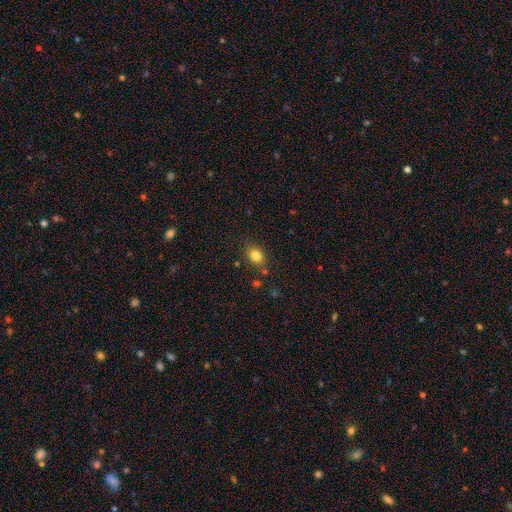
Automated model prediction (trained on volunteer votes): The model was most divided on "how rounded": in between: 57%, round: 42%, cigar-shaped: 1%. More confident: smooth or featured — smooth (82%); merging — none (79%).